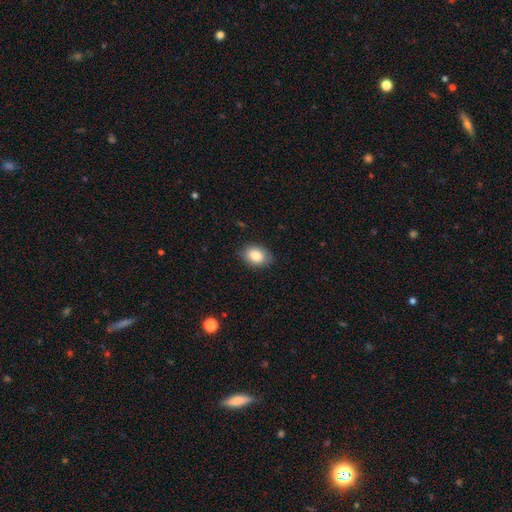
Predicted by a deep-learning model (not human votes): Smooth or featured? Predicted: smooth (p=0.84). How rounded? Predicted: in between (p=0.81). Merging? Predicted: none (p=0.84).